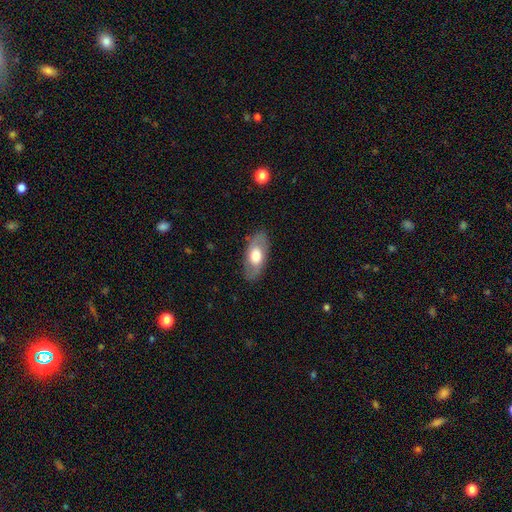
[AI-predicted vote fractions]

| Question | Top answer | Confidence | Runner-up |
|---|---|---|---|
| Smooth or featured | smooth | 53% | featured or disk (41%) |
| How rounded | in between | 89% | cigar-shaped (6%) |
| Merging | none | 83% | minor disturbance (12%) |